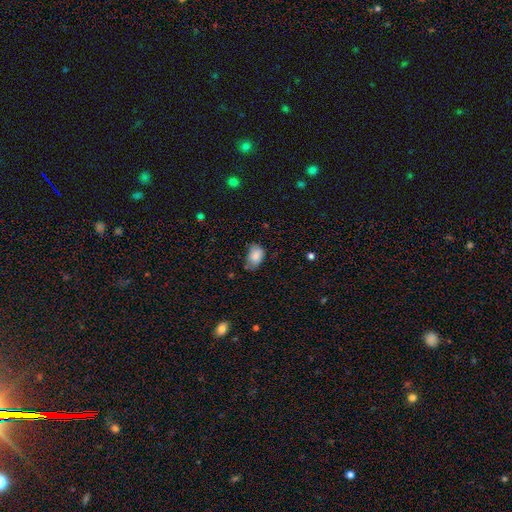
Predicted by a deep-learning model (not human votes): Morphology: type=smooth (83%); roundness=in between (84%); merging=none (52%).